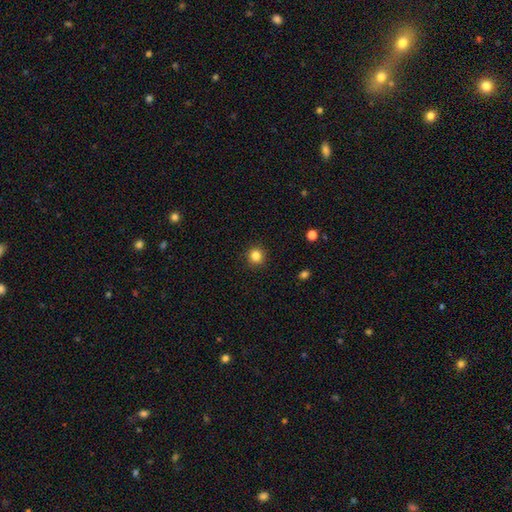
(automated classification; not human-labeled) Smooth or featured? Predicted: smooth (p=0.84). How rounded? Predicted: round (p=0.93). Merging? Predicted: none (p=0.92).